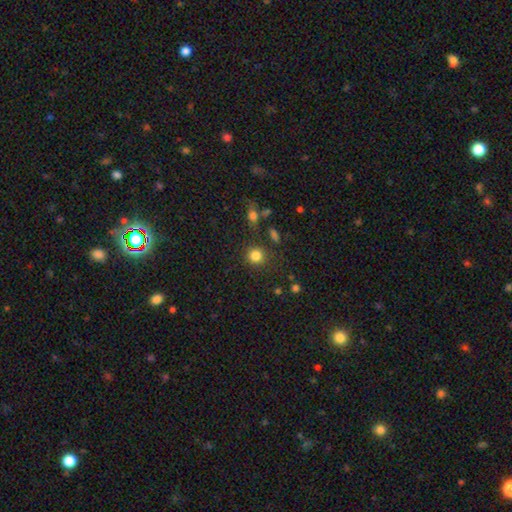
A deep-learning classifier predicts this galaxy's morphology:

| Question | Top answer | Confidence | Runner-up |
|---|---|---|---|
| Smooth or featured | smooth | 83% | star or artifact (12%) |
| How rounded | round | 89% | in between (10%) |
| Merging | none | 82% | minor disturbance (9%) |